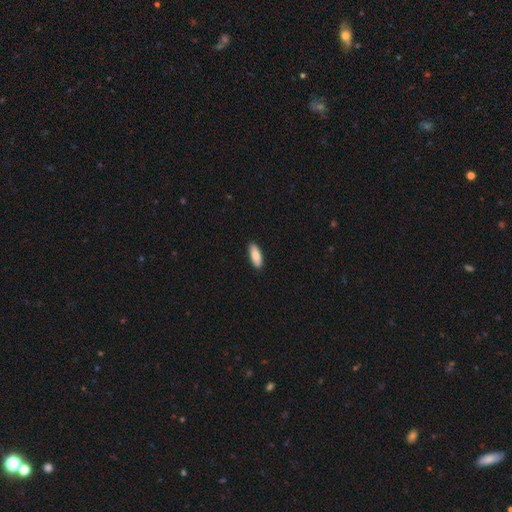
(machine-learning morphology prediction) Smooth or featured: smooth — 86% (featured or disk — 8%)
How rounded: in between — 70% (cigar-shaped — 28%)
Merging: none — 89% (minor disturbance — 8%)